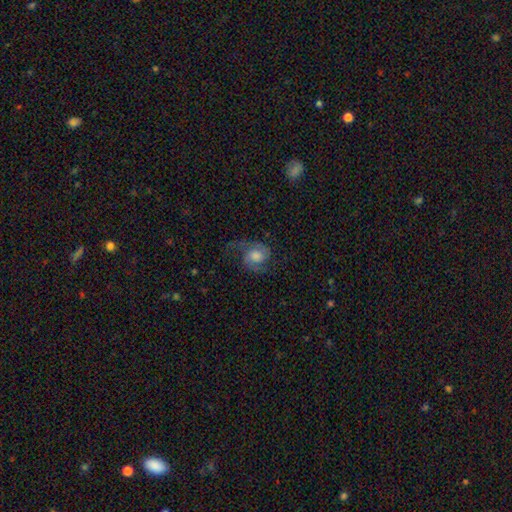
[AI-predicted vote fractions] featured or disk 79%, smooth 14%, star or artifact 7%. Down the decision tree: edge-on disk — no (98%); bar — no (62%); spiral arms — yes (96%); spiral arm count — 2 (89%); spiral winding — medium (51%); bulge size — moderate (47%); merging — none (67%).